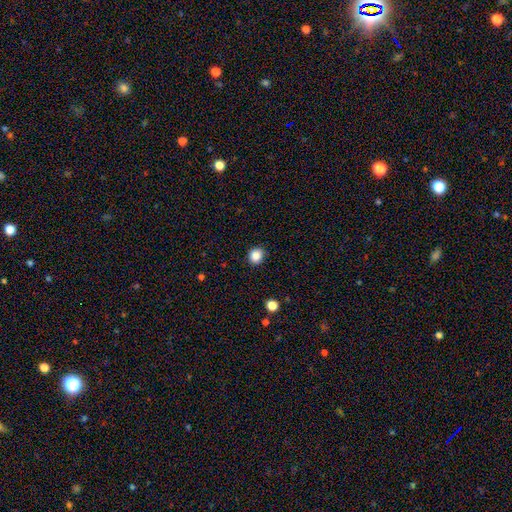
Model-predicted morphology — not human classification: Smooth or featured? smooth (85%)
How rounded? round (82%)
Merging? none (89%)